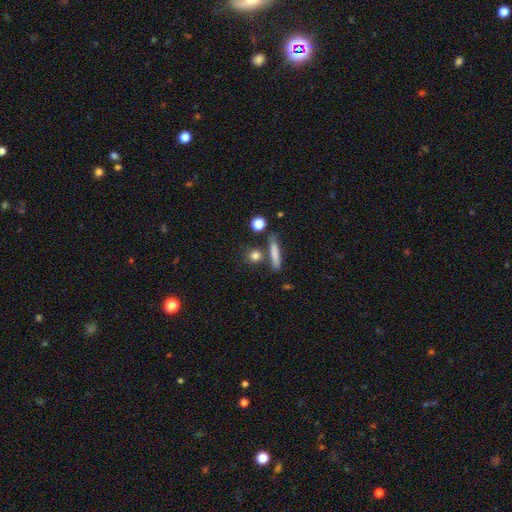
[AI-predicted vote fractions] This is clearly a smooth galaxy (81%). How rounded: likely round (66%). Merging: likely none (76%).